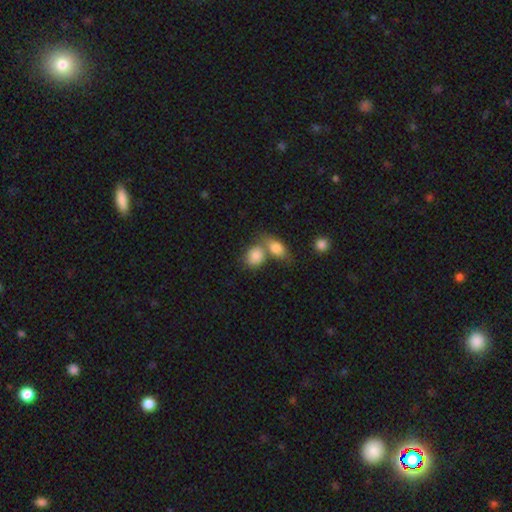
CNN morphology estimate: A smooth galaxy with no disk features (84%) that is in between round and cigar-shaped (55%). Merging: merger (51%).